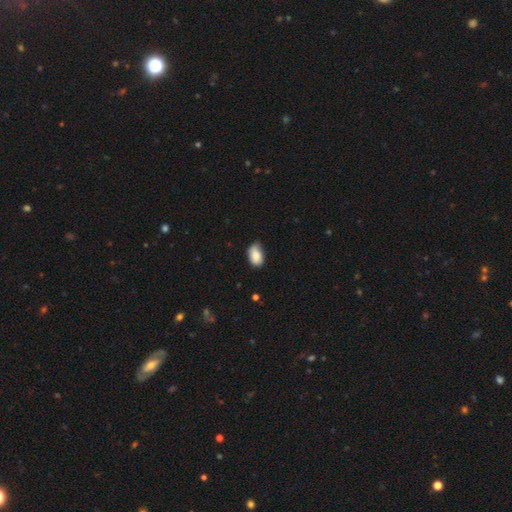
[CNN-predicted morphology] smooth-or-featured: smooth: 83% | featured or disk: 9% | star or artifact: 7%
  how-rounded: in between: 90% | round: 8% | cigar-shaped: 1%
  merging: none: 51% | minor disturbance: 41% | major disturbance: 6% | merger: 2%